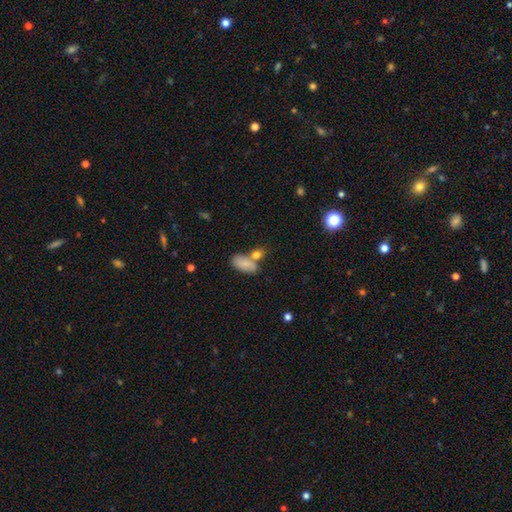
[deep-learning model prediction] Smooth or featured? smooth (75%)
How rounded? in between (77%)
Merging? none (52%)